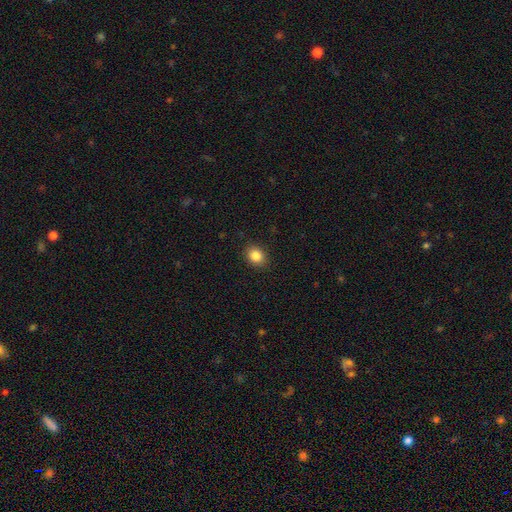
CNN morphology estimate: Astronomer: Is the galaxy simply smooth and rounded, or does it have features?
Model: smooth — 86%.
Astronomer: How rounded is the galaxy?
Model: round — 58% (runner-up: in between, 41%).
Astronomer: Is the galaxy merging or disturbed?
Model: none — 89%.